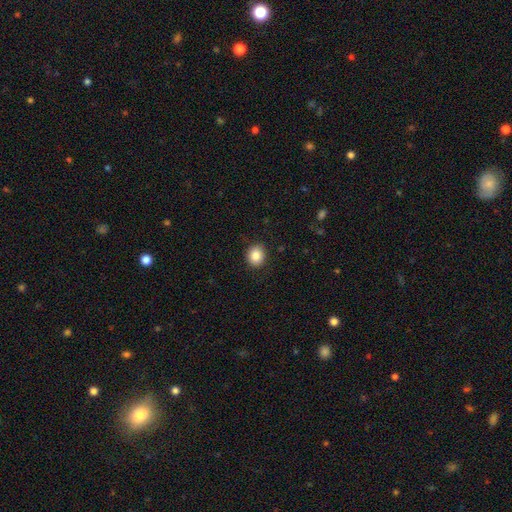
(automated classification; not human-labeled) smooth-or-featured: smooth: 85% | star or artifact: 9% | featured or disk: 6%
  how-rounded: round: 65% | in between: 34% | cigar-shaped: 1%
  merging: none: 88% | minor disturbance: 9% | major disturbance: 2% | merger: 1%